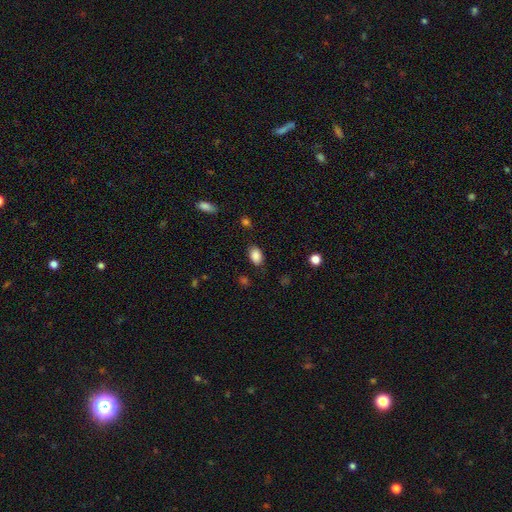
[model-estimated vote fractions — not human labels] Q: Smooth or featured?
A: smooth (88%); runner-up: star or artifact (8%)
Q: How rounded?
A: in between (86%); runner-up: round (13%)
Q: Merging?
A: none (81%); runner-up: minor disturbance (14%)